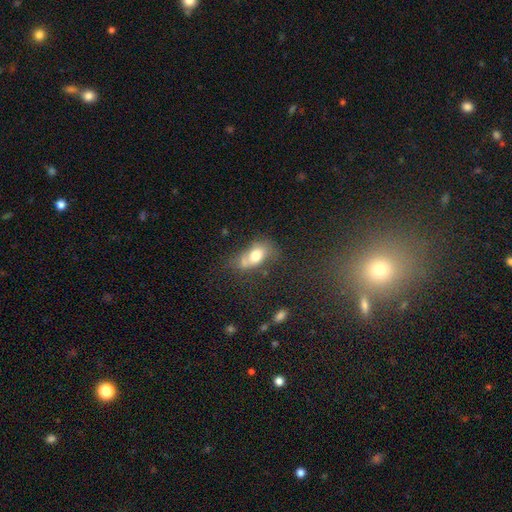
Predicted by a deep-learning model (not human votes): Q: Smooth or featured?
A: smooth (68%); runner-up: featured or disk (22%)
Q: How rounded?
A: in between (84%); runner-up: round (11%)
Q: Merging?
A: none (38%); runner-up: minor disturbance (27%)